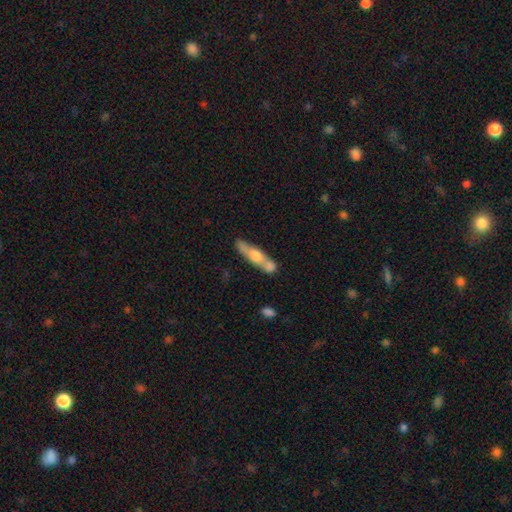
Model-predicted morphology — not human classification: Smooth or featured? Predicted: smooth (p=0.50). Merging? Predicted: none (p=0.50).